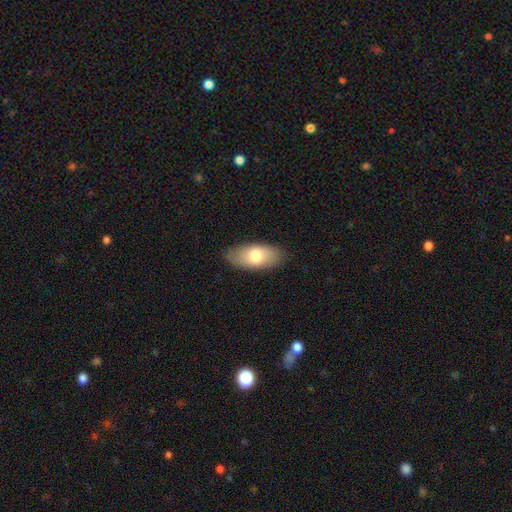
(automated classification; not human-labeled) This appears to be a smooth galaxy with no disk features (75%) that is in between round and cigar-shaped (90%). Merging: none (85%).